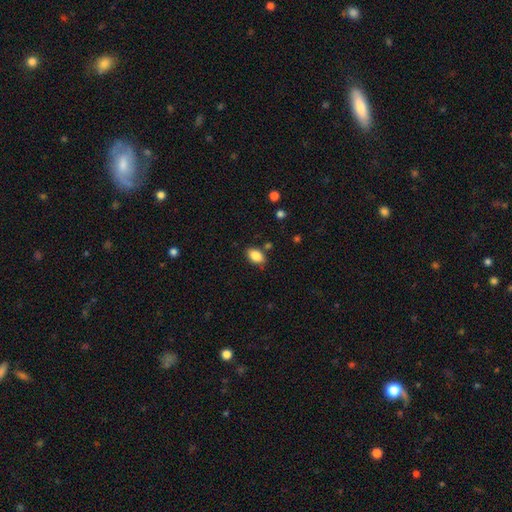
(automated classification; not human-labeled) This is clearly a smooth galaxy (87%). How rounded: clearly in between (90%). Merging: clearly none (81%).